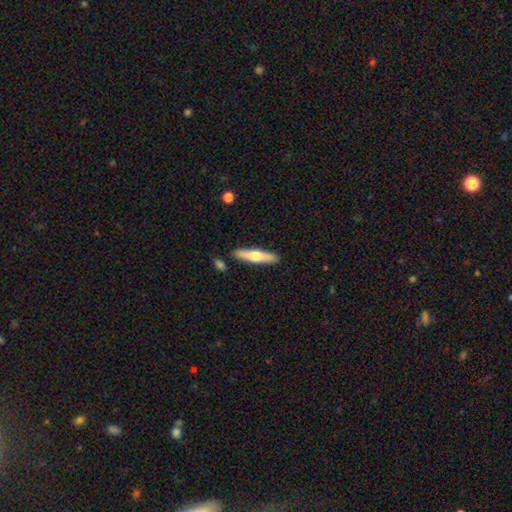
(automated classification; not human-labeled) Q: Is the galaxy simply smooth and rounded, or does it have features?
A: smooth — 49%.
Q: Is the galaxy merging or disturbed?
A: none — 87%.